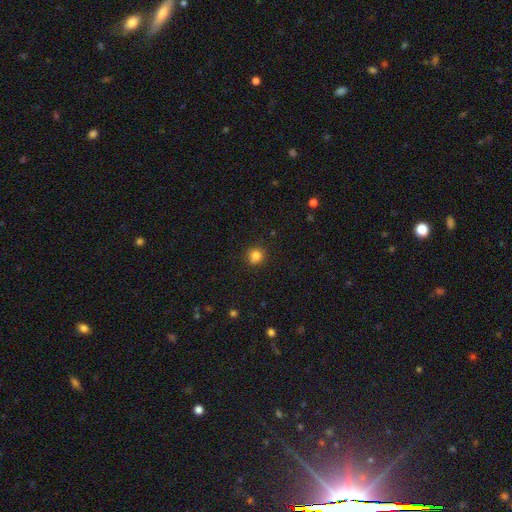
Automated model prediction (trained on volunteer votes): Smooth or featured: smooth — 83% (star or artifact — 12%)
How rounded: round — 85% (in between — 14%)
Merging: none — 88% (minor disturbance — 8%)